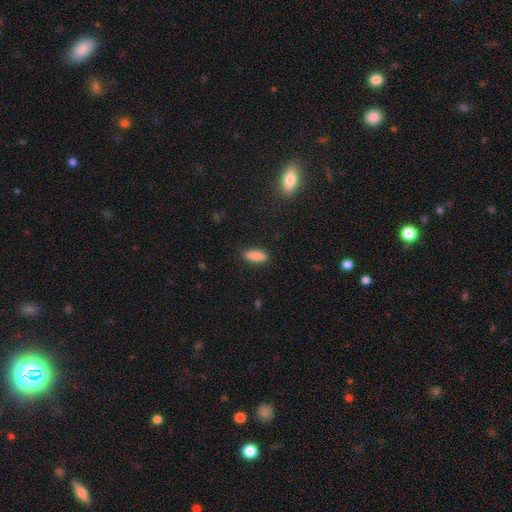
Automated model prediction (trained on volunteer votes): A smooth galaxy with no disk features (87%) that is in between round and cigar-shaped (77%).

Vote fractions:
- Smooth or featured? smooth: 87% / star or artifact: 8% / featured or disk: 6%
- How rounded? in between: 77% / cigar-shaped: 21% / round: 2%
- Merging? none: 85% / minor disturbance: 11% / major disturbance: 3% / merger: 1%